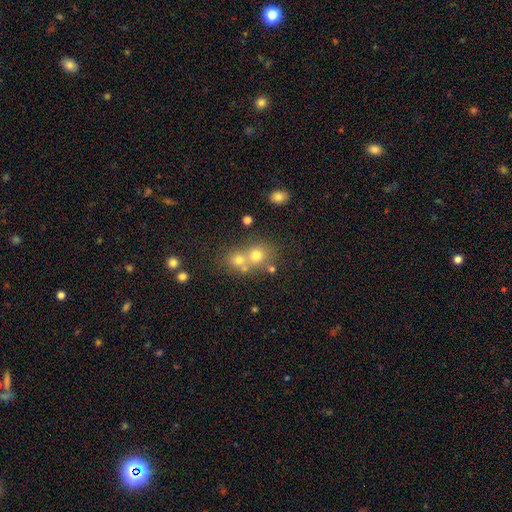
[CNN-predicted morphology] Q: Smooth or featured?
A: smooth (57%); runner-up: star or artifact (24%)
Q: How rounded?
A: round (80%); runner-up: in between (19%)
Q: Merging?
A: merger (50%); runner-up: none (40%)